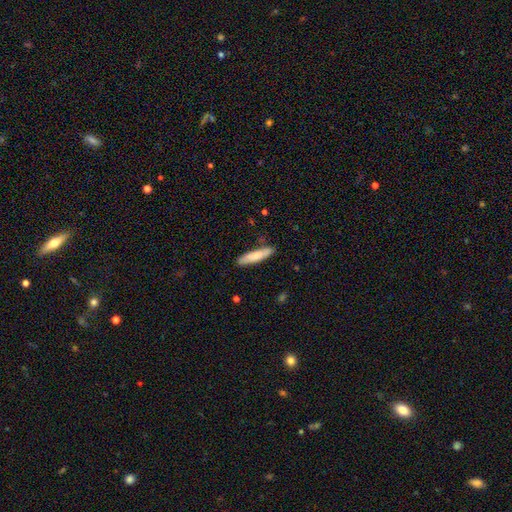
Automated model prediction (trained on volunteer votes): Smooth or featured?
  - smooth: 76% *
  - featured or disk: 18%
  - star or artifact: 6%
How rounded?
  - cigar-shaped: 80% *
  - in between: 19%
  - round: 1%
Merging?
  - none: 81% *
  - minor disturbance: 14%
  - merger: 2%
  - major disturbance: 2%